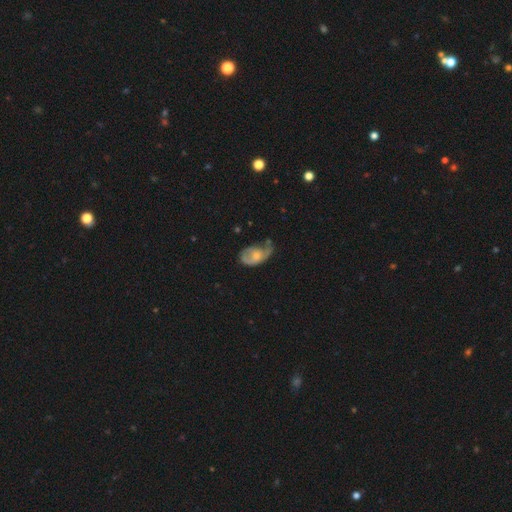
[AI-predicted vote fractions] A smooth galaxy with no disk features (47%).

Vote fractions:
- Smooth or featured? smooth: 47% / featured or disk: 46% / star or artifact: 7%
- Merging? major disturbance: 37% / minor disturbance: 34% / none: 24% / merger: 5%